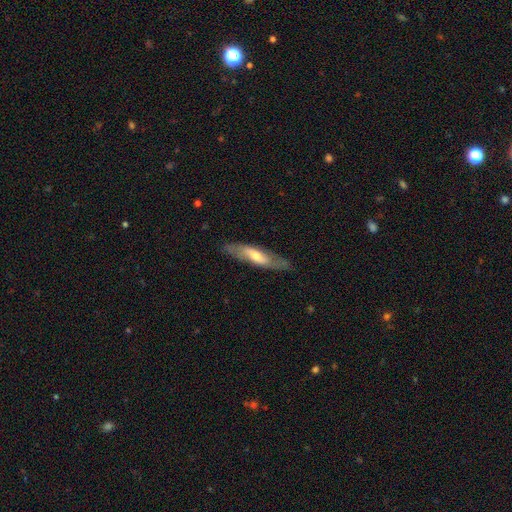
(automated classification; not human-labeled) Smooth or featured: featured or disk — 51% (smooth — 43%)
Edge-on disk: no — 52% (yes — 48%)
Merging: none — 80% (minor disturbance — 15%)